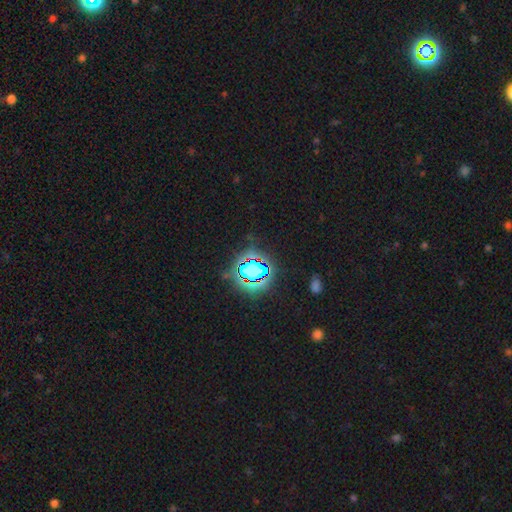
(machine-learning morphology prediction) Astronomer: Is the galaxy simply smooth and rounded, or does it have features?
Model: star or artifact — 79%.